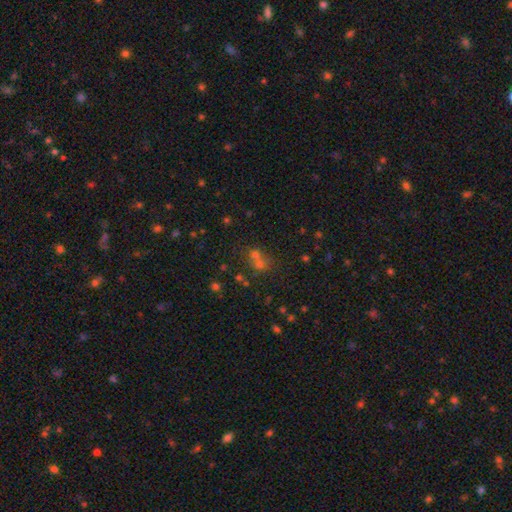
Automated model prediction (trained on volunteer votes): Smooth or featured? smooth (49%)
Merging? merger (46%)